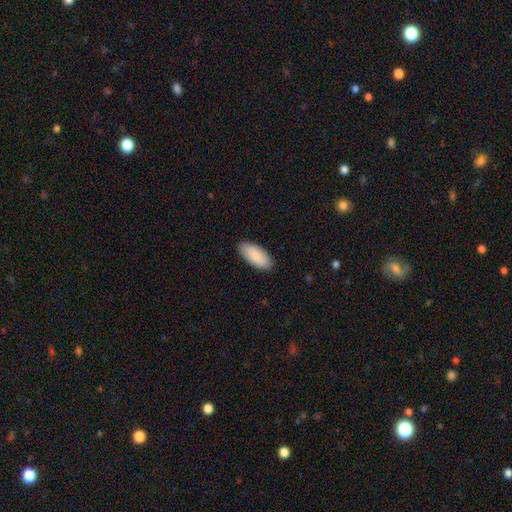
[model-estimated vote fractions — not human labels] Q: Smooth or featured?
A: smooth (87%); runner-up: featured or disk (7%)
Q: How rounded?
A: in between (89%); runner-up: cigar-shaped (9%)
Q: Merging?
A: none (88%); runner-up: minor disturbance (9%)